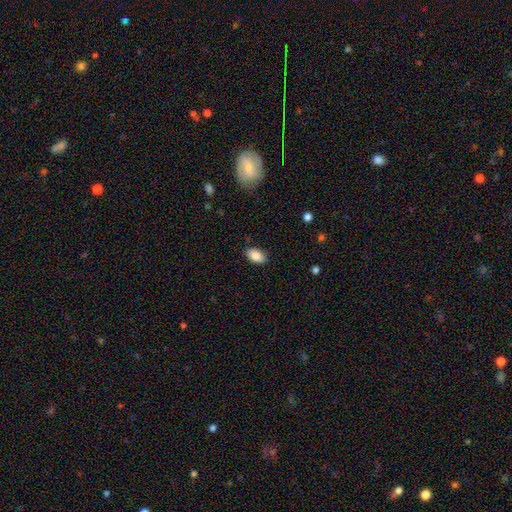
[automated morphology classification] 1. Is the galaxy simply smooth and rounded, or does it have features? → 86% smooth, 7% star or artifact, 7% featured or disk.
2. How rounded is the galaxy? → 93% in between, 6% round, 2% cigar-shaped.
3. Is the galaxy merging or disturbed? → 86% none, 11% minor disturbance, 2% major disturbance, 1% merger.